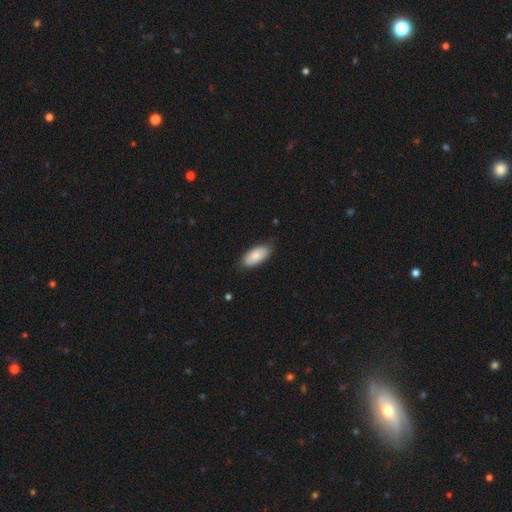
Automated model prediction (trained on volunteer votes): smooth_or_featured: smooth (p=0.82) [alt: featured or disk p=0.12]
how_rounded: in between (p=0.92) [alt: cigar-shaped p=0.06]
merging: none (p=0.80) [alt: minor disturbance p=0.17]